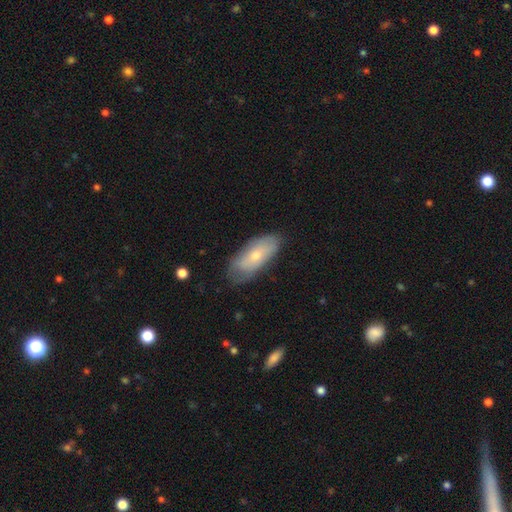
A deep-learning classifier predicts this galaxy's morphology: Smooth or featured? Predicted: smooth (p=0.60). How rounded? Predicted: in between (p=0.84). Merging? Predicted: none (p=0.69).